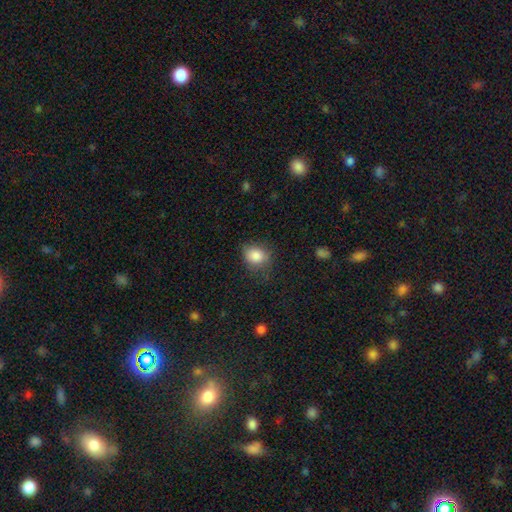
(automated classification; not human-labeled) Smooth or featured: smooth — 85% (star or artifact — 9%)
How rounded: round — 60% (in between — 39%)
Merging: none — 71% (minor disturbance — 21%)